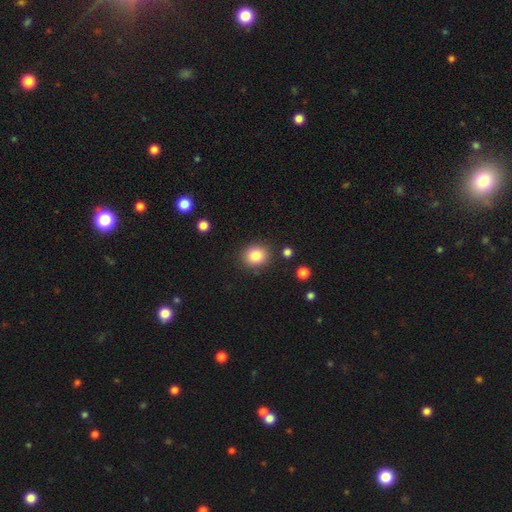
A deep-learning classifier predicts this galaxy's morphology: type=smooth (84%); roundness=round (77%); merging=none (87%).